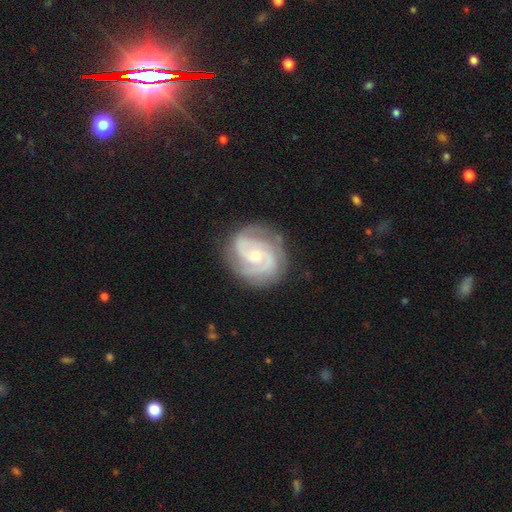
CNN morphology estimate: Smooth or featured? Predicted: featured or disk (p=0.88). Edge-on disk? Predicted: no (p=0.98). Bar? Predicted: no (p=0.60). Spiral arms? Predicted: yes (p=0.97). Spiral winding? Predicted: tight (p=0.53). Spiral arm count? Predicted: 2 (p=0.62). Bulge size? Predicted: small (p=0.62). Merging? Predicted: none (p=0.79).